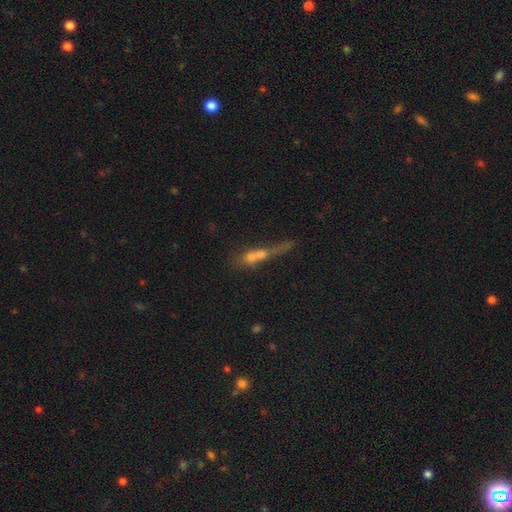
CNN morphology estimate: Smooth or featured: smooth — 48% (featured or disk — 37%)
Merging: merger — 57% (none — 18%)